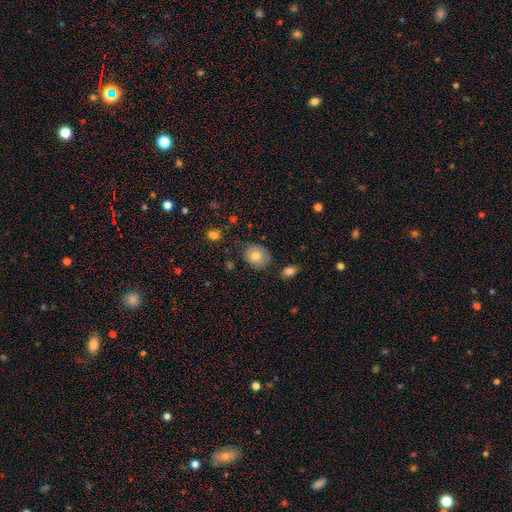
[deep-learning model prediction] Smooth or featured? Predicted: smooth (p=0.76). How rounded? Predicted: round (p=0.67). Merging? Predicted: none (p=0.77).